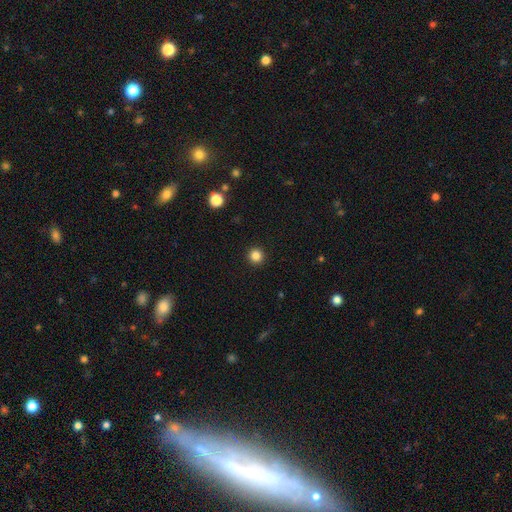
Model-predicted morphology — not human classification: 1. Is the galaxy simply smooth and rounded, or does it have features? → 85% smooth, 12% star or artifact, 4% featured or disk.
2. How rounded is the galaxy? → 96% round, 3% in between, 1% cigar-shaped.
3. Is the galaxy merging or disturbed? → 93% none, 4% minor disturbance, 2% major disturbance, 1% merger.